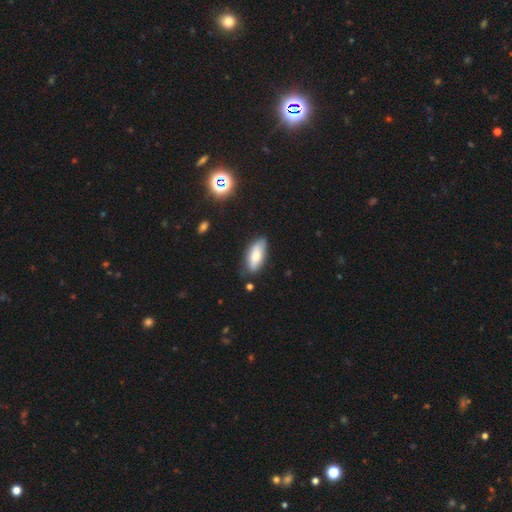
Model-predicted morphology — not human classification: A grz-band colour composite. It shows a smooth galaxy with no disk features (75%) that is in between round and cigar-shaped (80%). Merging: none (76%).